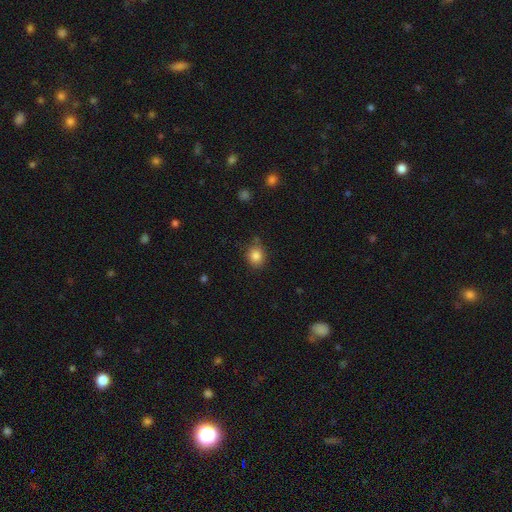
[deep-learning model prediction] A smooth galaxy with no disk features (84%) that is round (75%).

Vote fractions:
- Smooth or featured? smooth: 84% / star or artifact: 10% / featured or disk: 5%
- How rounded? round: 75% / in between: 24% / cigar-shaped: 1%
- Merging? none: 80% / minor disturbance: 13% / merger: 4% / major disturbance: 3%